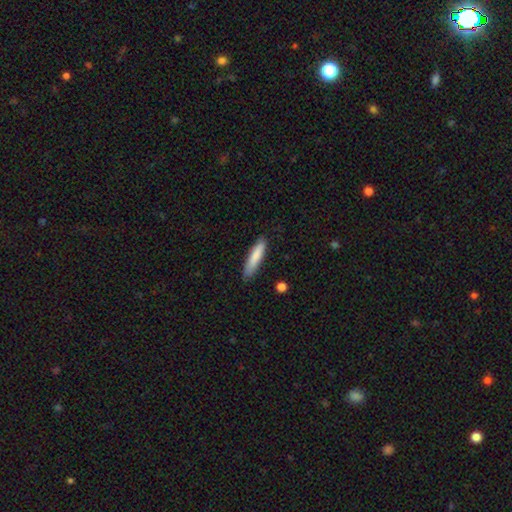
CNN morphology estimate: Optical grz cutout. It shows a smooth galaxy with no disk features (83%) that is cigar-shaped (83%). Merging: none (82%).